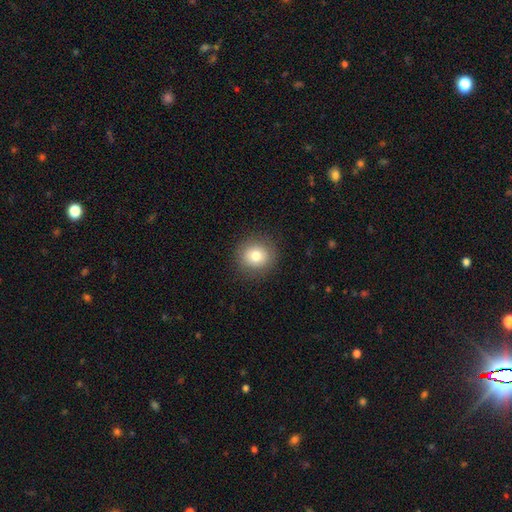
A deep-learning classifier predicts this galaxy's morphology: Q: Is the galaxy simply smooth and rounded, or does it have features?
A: smooth — 78%.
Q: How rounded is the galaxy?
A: round — 91%.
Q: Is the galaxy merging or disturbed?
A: none — 89%.